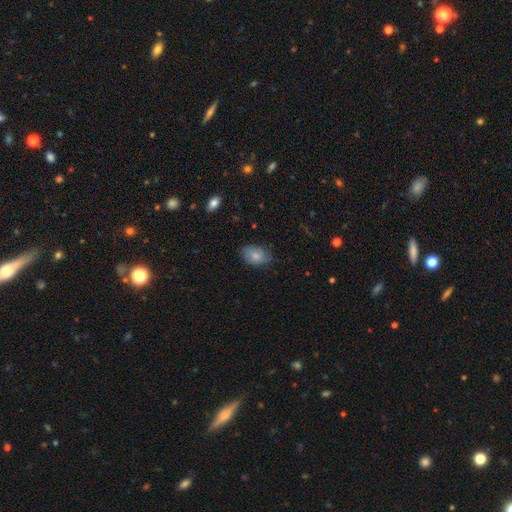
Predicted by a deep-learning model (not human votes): A smooth galaxy with no disk features (75%) that is in between round and cigar-shaped (87%). Merging: none (69%).